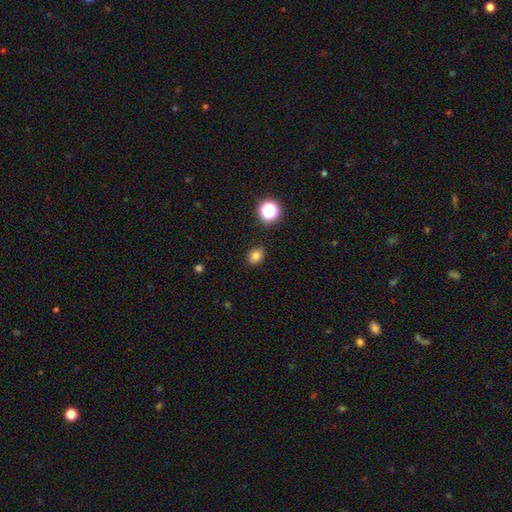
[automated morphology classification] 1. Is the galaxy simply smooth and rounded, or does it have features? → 78% smooth, 14% star or artifact, 7% featured or disk.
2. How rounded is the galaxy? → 67% in between, 32% round, 1% cigar-shaped.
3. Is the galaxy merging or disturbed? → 87% none, 9% minor disturbance, 2% major disturbance, 2% merger.